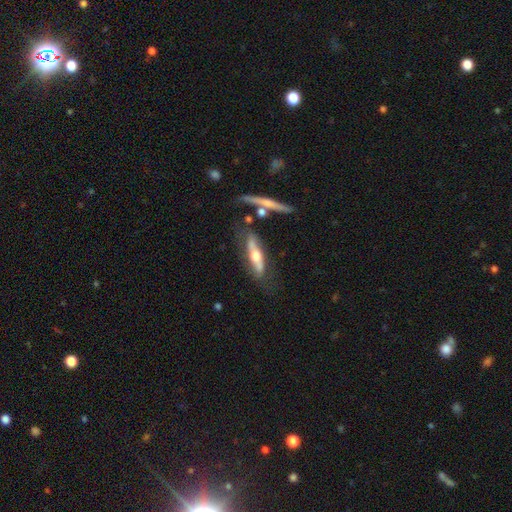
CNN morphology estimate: This is likely a featured or disk galaxy (62%). It is likely viewed edge-on (71%). Merging: likely none (62%).